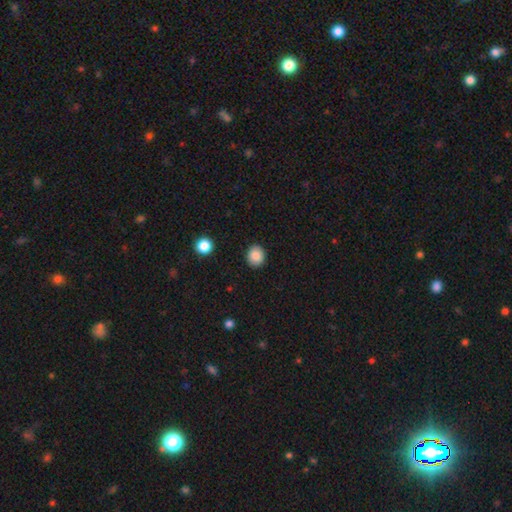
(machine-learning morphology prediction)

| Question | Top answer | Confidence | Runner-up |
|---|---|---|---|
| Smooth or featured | smooth | 86% | star or artifact (9%) |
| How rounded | round | 73% | in between (26%) |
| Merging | none | 91% | minor disturbance (6%) |